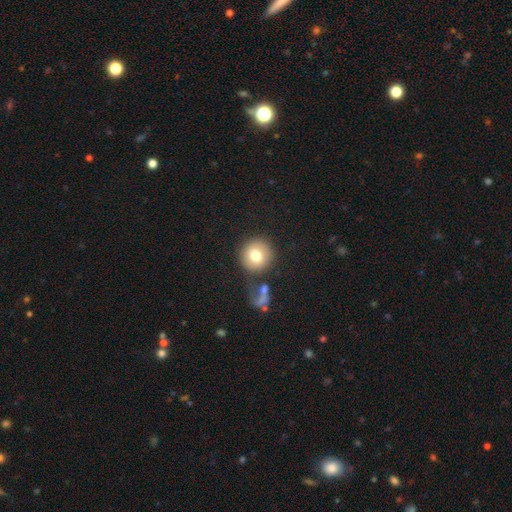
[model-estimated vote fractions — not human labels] smooth 76%, featured or disk 15%, star or artifact 9%. Down the decision tree: how rounded — round (92%); merging — none (76%).